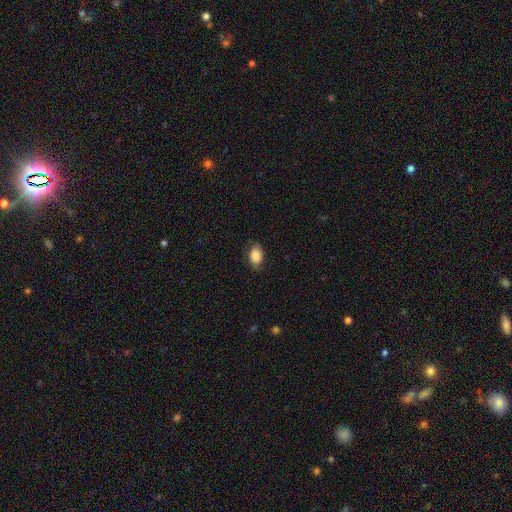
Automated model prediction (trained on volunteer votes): Smooth or featured? Predicted: smooth (p=0.84). How rounded? Predicted: in between (p=0.85). Merging? Predicted: none (p=0.76).